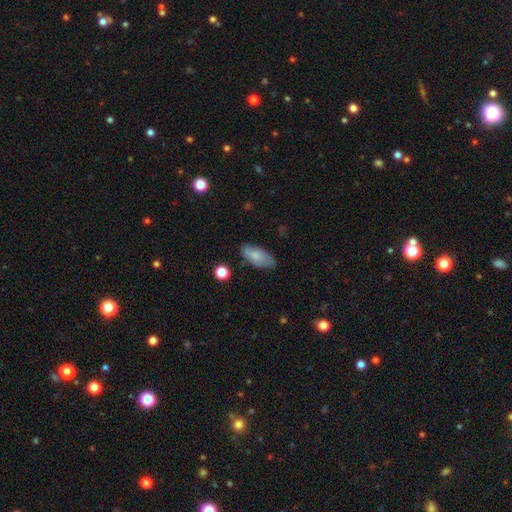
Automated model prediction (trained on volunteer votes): Smooth or featured? smooth (81%)
How rounded? in between (89%)
Merging? none (76%)